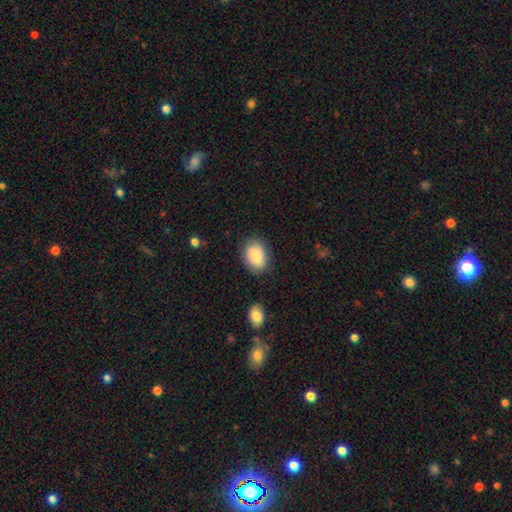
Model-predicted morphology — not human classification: The model was most divided on "how rounded": in between: 80%, round: 18%, cigar-shaped: 1%. More confident: smooth or featured — smooth (82%); merging — none (79%).